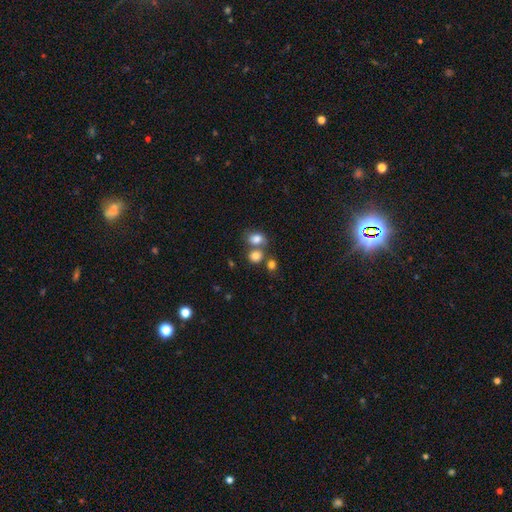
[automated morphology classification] The model was most divided on "merging": none: 48%, merger: 38%, minor disturbance: 10%, major disturbance: 5%. More confident: smooth or featured — smooth (80%); how rounded — round (55%).